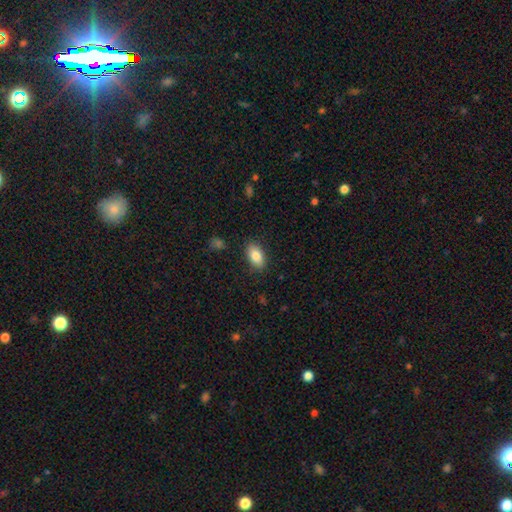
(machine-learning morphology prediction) Q: Smooth or featured?
A: smooth (84%); runner-up: featured or disk (9%)
Q: How rounded?
A: in between (92%); runner-up: round (5%)
Q: Merging?
A: none (86%); runner-up: minor disturbance (10%)